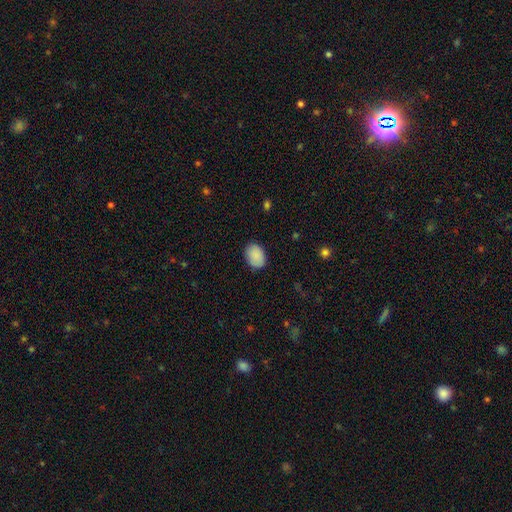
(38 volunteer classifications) smooth-or-featured: smooth: 89% | star or artifact: 8% | featured or disk: 3%
  how-rounded: in between: 76% | round: 24% | cigar-shaped: 0%
  merging: none: 89% | minor disturbance: 11% | major disturbance: 0% | merger: 0%